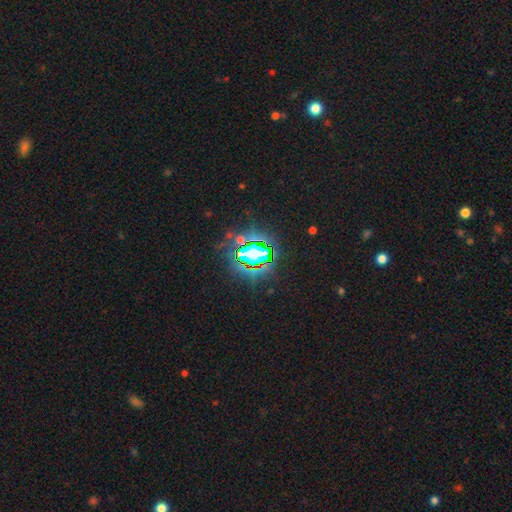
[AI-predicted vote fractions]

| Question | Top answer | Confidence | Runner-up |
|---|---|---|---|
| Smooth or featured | star or artifact | 78% | smooth (13%) |